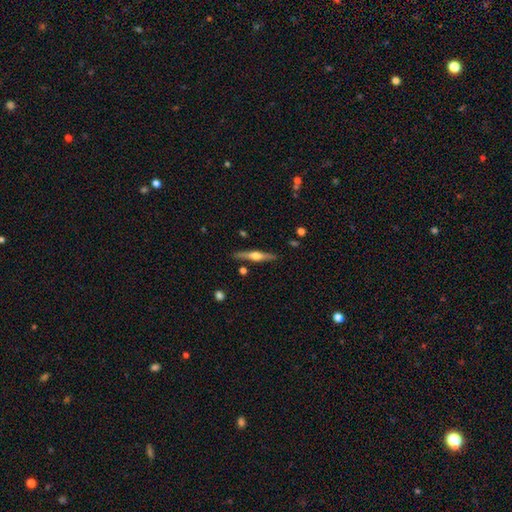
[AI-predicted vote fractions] Smooth or featured? featured or disk (66%)
Edge-on disk? yes (97%)
Edge-on bulge? rounded (90%)
Merging? none (86%)